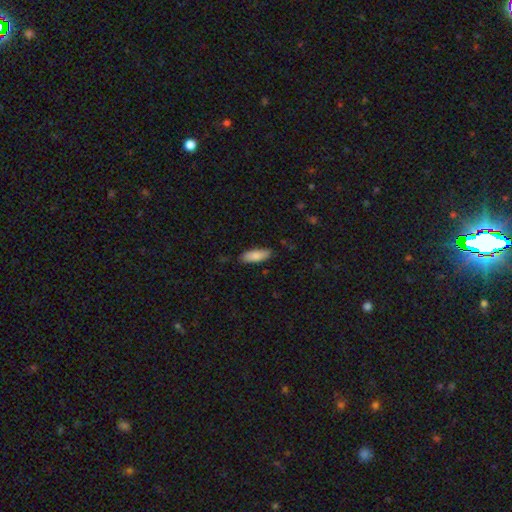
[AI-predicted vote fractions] Q: Smooth or featured?
A: smooth (86%); runner-up: featured or disk (9%)
Q: How rounded?
A: in between (67%); runner-up: cigar-shaped (31%)
Q: Merging?
A: none (82%); runner-up: minor disturbance (14%)